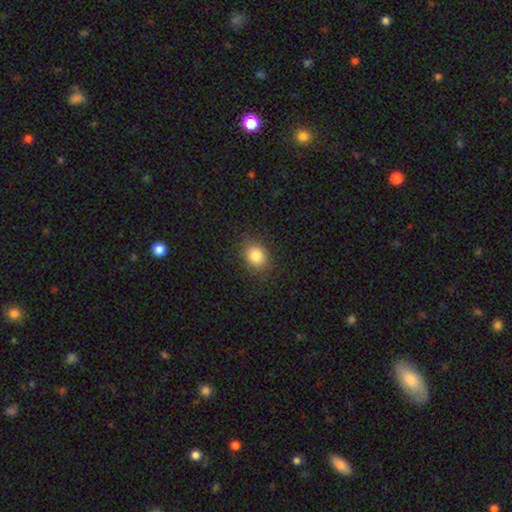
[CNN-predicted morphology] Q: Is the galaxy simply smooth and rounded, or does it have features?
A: smooth — 84%.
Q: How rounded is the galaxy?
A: in between — 50%.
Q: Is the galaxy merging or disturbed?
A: none — 85%.